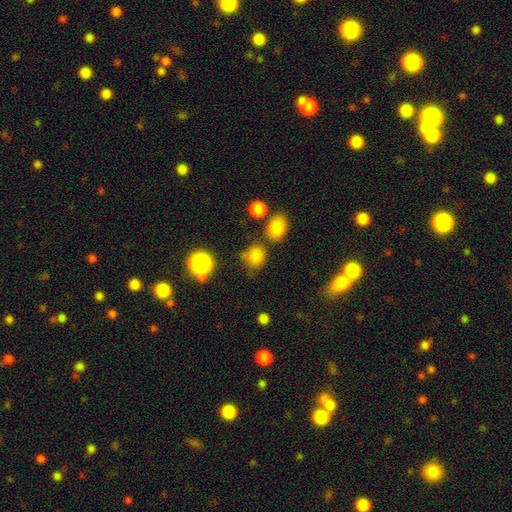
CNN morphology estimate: Smooth or featured?
  - smooth: 80% *
  - star or artifact: 14%
  - featured or disk: 6%
How rounded?
  - round: 77% *
  - in between: 22%
  - cigar-shaped: 1%
Merging?
  - none: 65% *
  - minor disturbance: 18%
  - merger: 10%
  - major disturbance: 7%